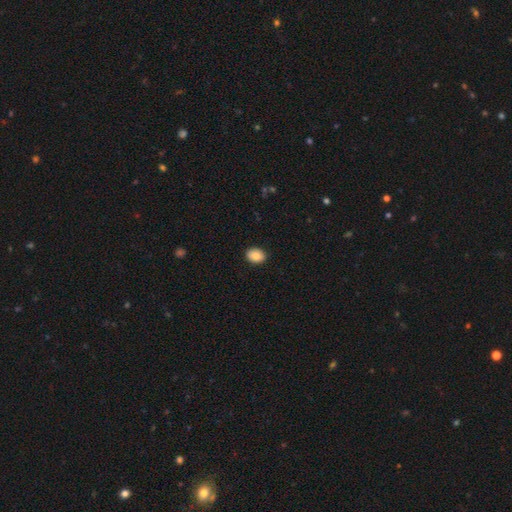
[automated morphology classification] A smooth galaxy with no disk features (86%) that is in between round and cigar-shaped (66%).

Vote fractions:
- Smooth or featured? smooth: 86% / star or artifact: 8% / featured or disk: 6%
- How rounded? in between: 66% / round: 33% / cigar-shaped: 1%
- Merging? none: 89% / minor disturbance: 8% / major disturbance: 2% / merger: 1%